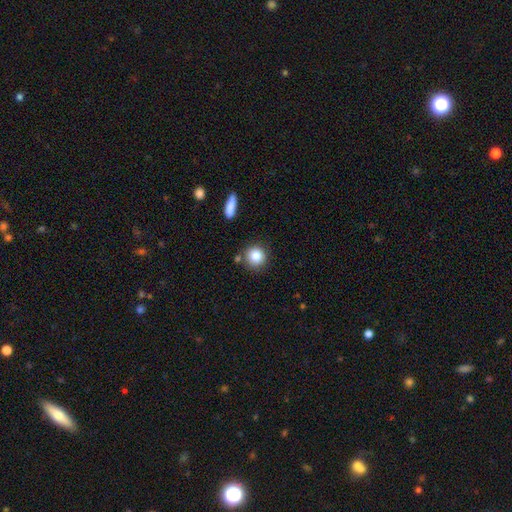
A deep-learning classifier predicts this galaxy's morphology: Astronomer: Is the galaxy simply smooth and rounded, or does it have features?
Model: smooth — 82%.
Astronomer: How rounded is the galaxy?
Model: round — 92%.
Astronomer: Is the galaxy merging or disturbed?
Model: none — 81%.